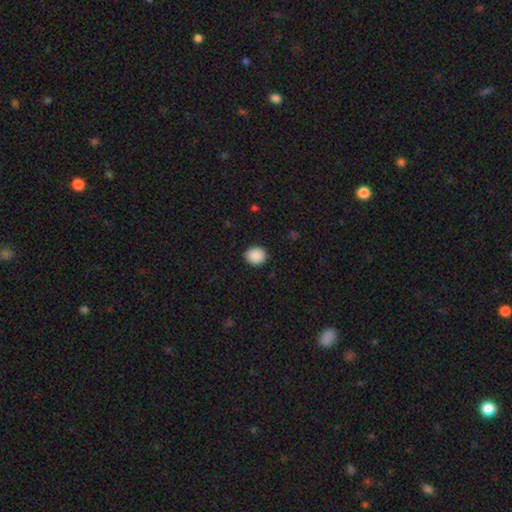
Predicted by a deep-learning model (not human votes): Morphology: type=smooth (90%); roundness=round (69%); merging=none (89%).